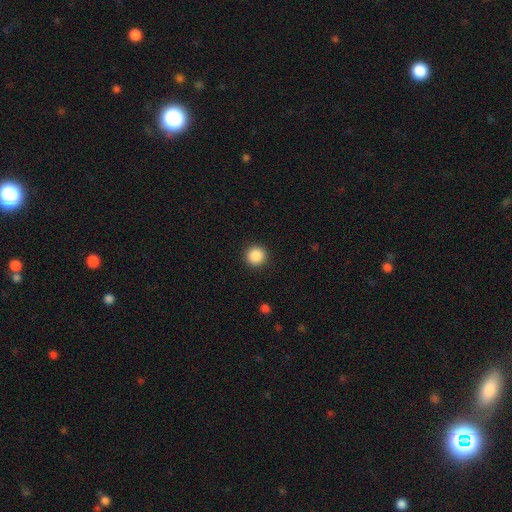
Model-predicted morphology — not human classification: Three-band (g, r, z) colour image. It shows a smooth galaxy with no disk features (88%) that is round (95%). Merging: none (92%).